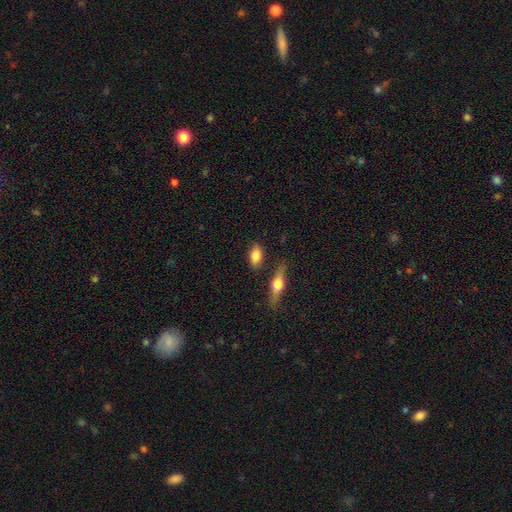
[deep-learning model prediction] Smooth or featured: smooth — 78% (featured or disk — 15%)
How rounded: in between — 82% (round — 10%)
Merging: none — 77% (minor disturbance — 13%)